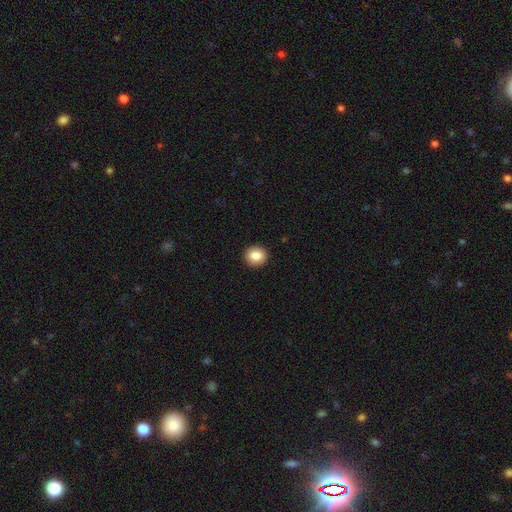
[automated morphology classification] A smooth galaxy with no disk features (85%) that is round (89%). Merging: none (93%).